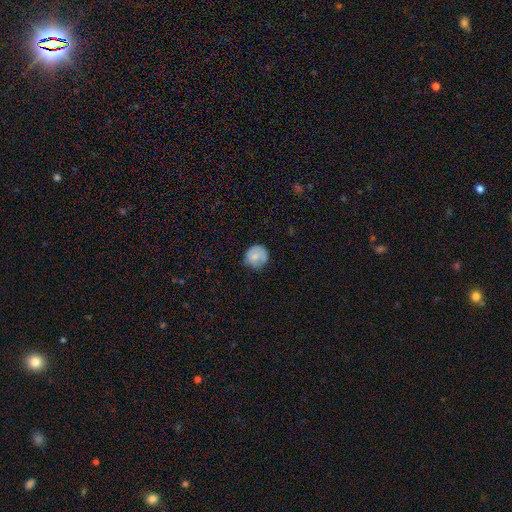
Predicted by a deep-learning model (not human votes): Smooth or featured: smooth — 76% (featured or disk — 16%)
How rounded: round — 89% (in between — 10%)
Merging: none — 66% (minor disturbance — 26%)